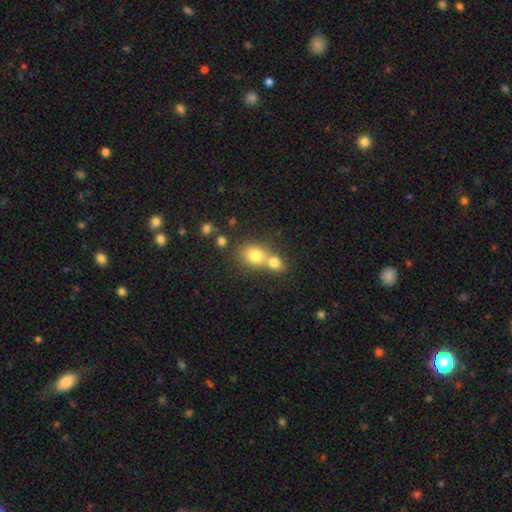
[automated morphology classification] type=smooth (76%); roundness=round (67%); merging=merger (62%).